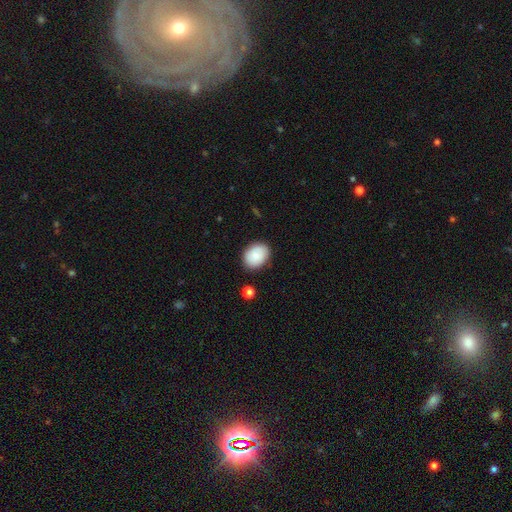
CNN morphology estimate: This is likely a smooth galaxy (77%). How rounded: likely in between (63%). Merging: clearly none (82%).